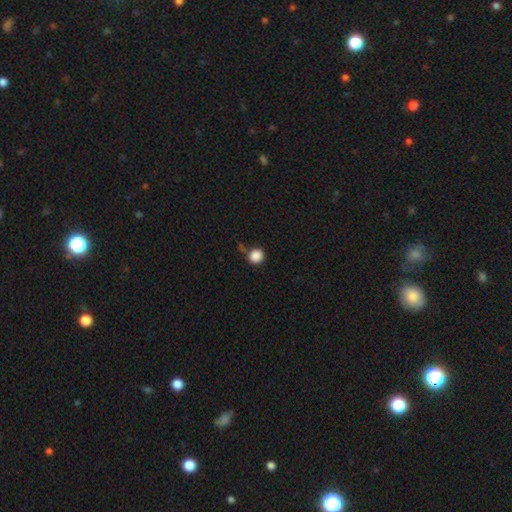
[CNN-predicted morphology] This appears to be a smooth galaxy with no disk features (87%) that is round (87%). Merging: none (74%).